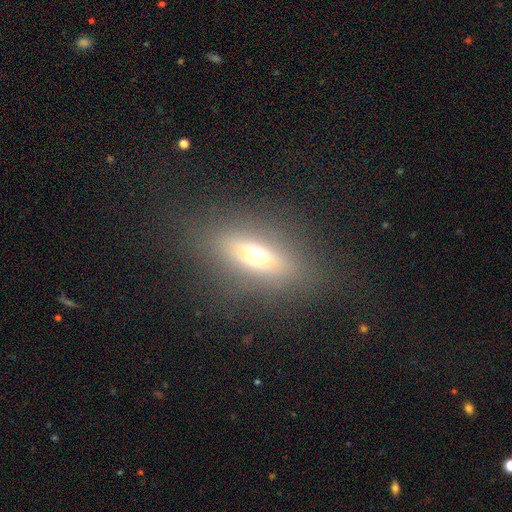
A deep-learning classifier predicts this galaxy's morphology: smooth-or-featured: smooth: 50% | featured or disk: 35% | star or artifact: 15%
  merging: none: 81% | minor disturbance: 11% | major disturbance: 7% | merger: 1%